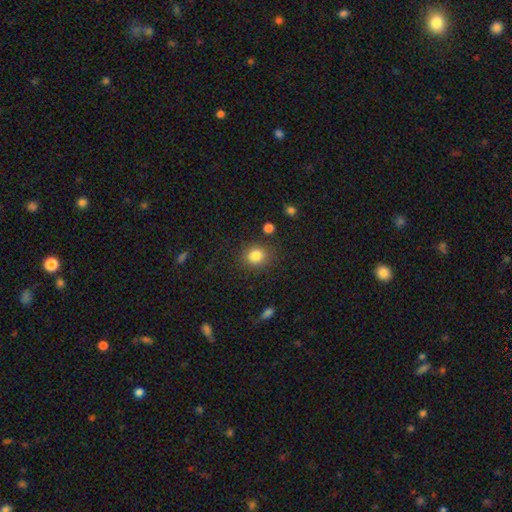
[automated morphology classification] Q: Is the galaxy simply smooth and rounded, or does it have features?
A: smooth — 83%.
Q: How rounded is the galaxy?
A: round — 79%.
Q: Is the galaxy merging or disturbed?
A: none — 85%.